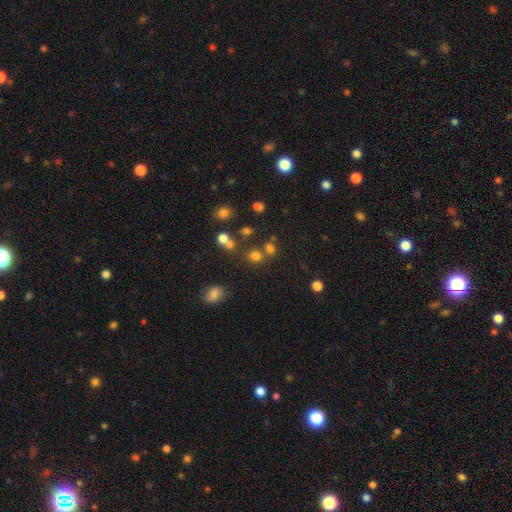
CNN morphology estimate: Smooth or featured? smooth (69%)
How rounded? round (79%)
Merging? none (62%)